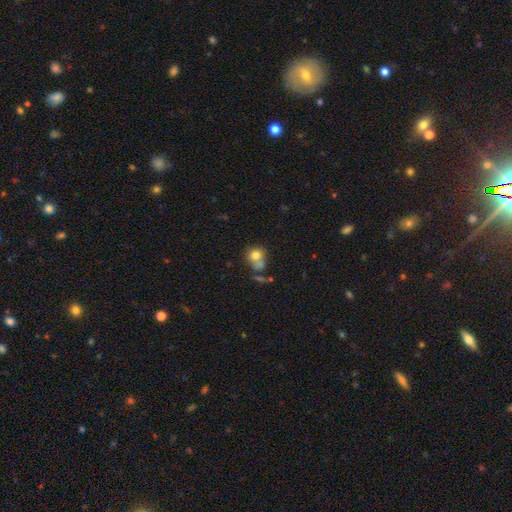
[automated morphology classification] Q: Smooth or featured?
A: smooth (77%); runner-up: featured or disk (12%)
Q: How rounded?
A: round (71%); runner-up: in between (27%)
Q: Merging?
A: none (42%); runner-up: merger (28%)